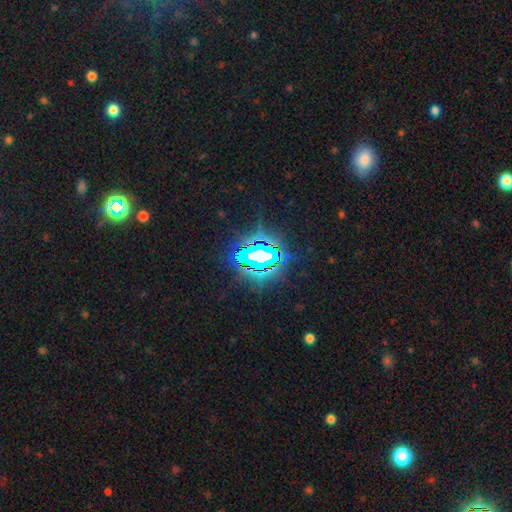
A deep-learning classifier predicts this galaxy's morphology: Smooth or featured? Predicted: star or artifact (p=0.77).